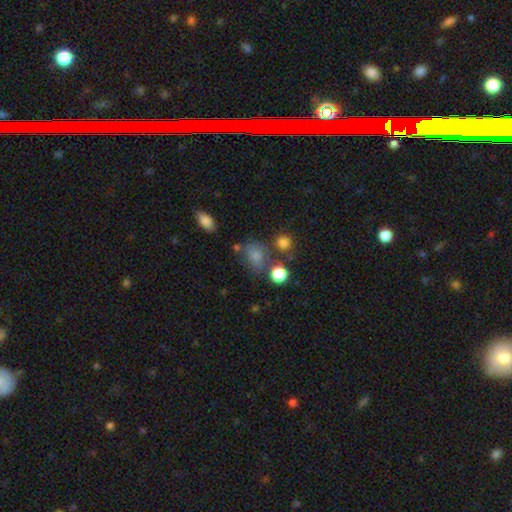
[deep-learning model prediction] A smooth galaxy with no disk features (75%) that is in between round and cigar-shaped (52%). Merging: none (54%).